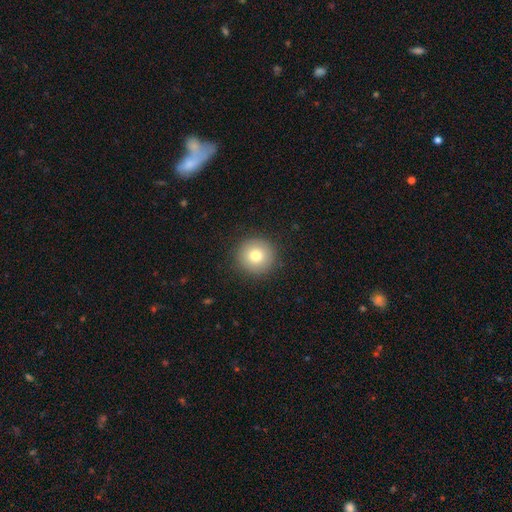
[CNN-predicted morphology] This is likely a smooth galaxy (77%). How rounded: clearly round (96%). Merging: clearly none (91%).